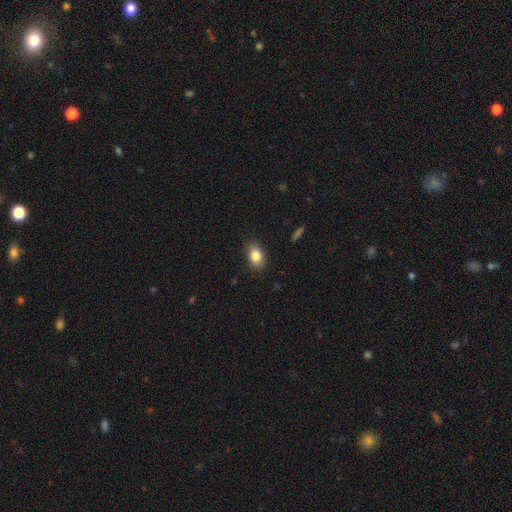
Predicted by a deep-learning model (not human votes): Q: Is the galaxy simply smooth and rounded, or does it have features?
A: smooth — 84%.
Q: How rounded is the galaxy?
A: in between — 82%.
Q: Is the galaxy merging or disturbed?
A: none — 86%.